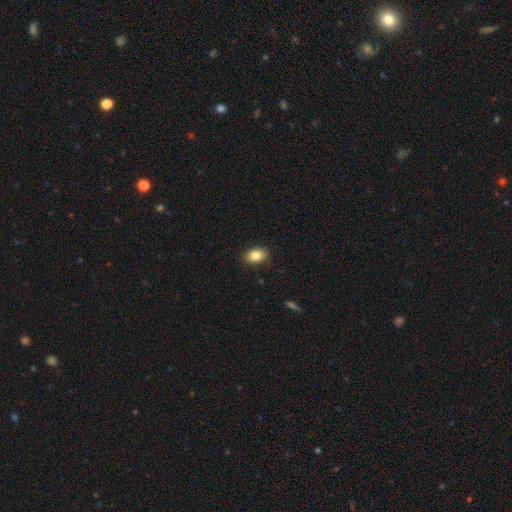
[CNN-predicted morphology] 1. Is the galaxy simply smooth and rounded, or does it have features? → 84% smooth, 8% featured or disk, 8% star or artifact.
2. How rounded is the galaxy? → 88% in between, 11% round, 2% cigar-shaped.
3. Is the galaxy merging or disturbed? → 88% none, 9% minor disturbance, 2% major disturbance, 1% merger.